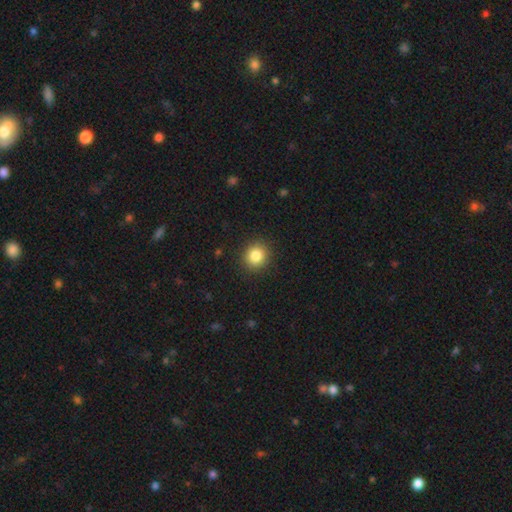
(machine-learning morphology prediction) This is clearly a smooth galaxy (84%). How rounded: clearly round (88%). Merging: clearly none (90%).